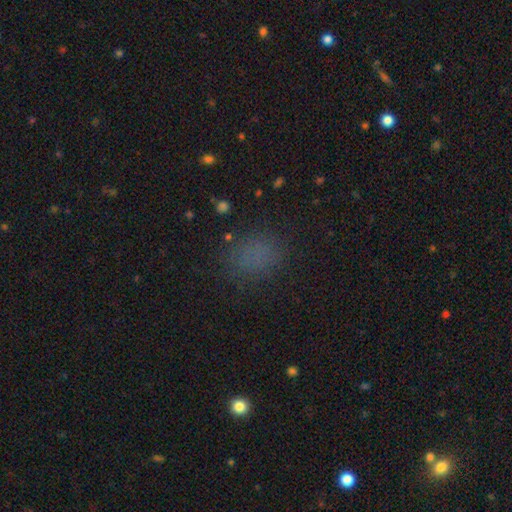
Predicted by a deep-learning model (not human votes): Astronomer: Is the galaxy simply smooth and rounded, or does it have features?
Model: smooth — 72%.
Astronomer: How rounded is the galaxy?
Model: round — 54% (runner-up: in between, 44%).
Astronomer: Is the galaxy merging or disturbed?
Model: none — 81%.